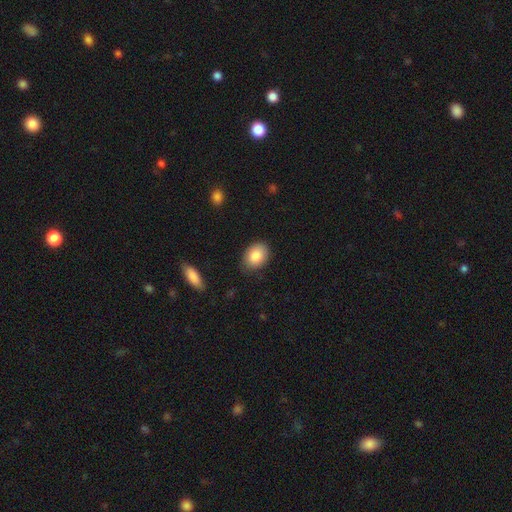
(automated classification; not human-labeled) Overall: smooth (86%). How rounded: in between (71%). Merging: none (82%).